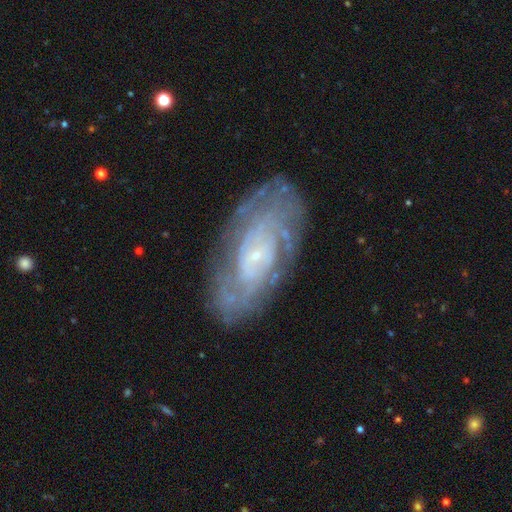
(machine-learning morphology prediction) Q: Smooth or featured?
A: featured or disk (83%); runner-up: smooth (10%)
Q: Edge-on disk?
A: no (94%); runner-up: yes (6%)
Q: Bar?
A: no (67%); runner-up: weak (26%)
Q: Spiral arms?
A: yes (92%); runner-up: no (8%)
Q: Spiral winding?
A: tight (69%); runner-up: medium (24%)
Q: Spiral arm count?
A: can't tell (45%); runner-up: 2 (22%)
Q: Bulge size?
A: small (83%); runner-up: moderate (10%)
Q: Merging?
A: none (77%); runner-up: minor disturbance (15%)